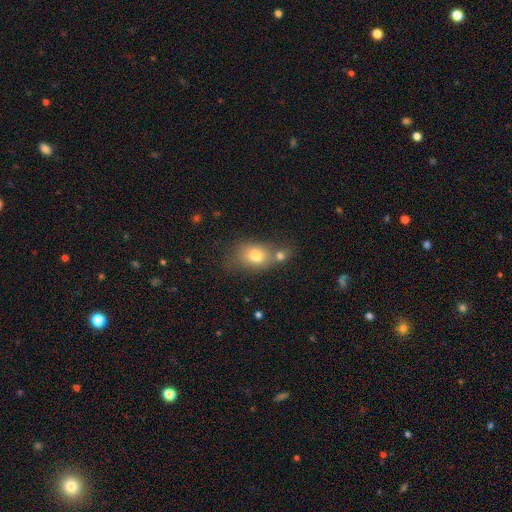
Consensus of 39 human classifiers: smooth_or_featured: smooth (p=0.77) [alt: featured or disk p=0.15]
how_rounded: in between (p=0.53) [alt: round p=0.47]
merging: merger (p=0.50) [alt: none p=0.22]